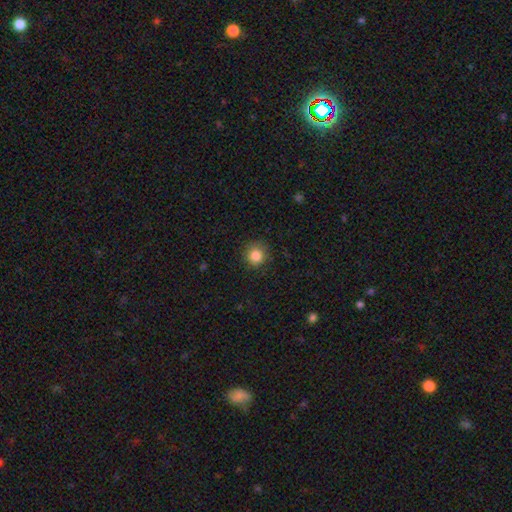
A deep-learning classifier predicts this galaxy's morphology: type=smooth (85%); roundness=round (91%); merging=none (84%).